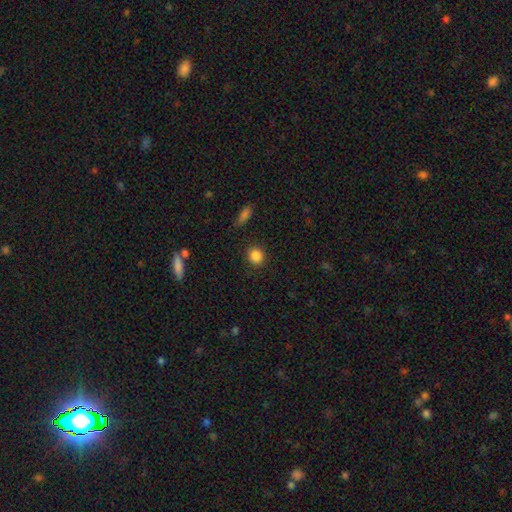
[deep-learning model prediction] smooth_or_featured: smooth (p=0.86) [alt: star or artifact p=0.10]
how_rounded: round (p=0.84) [alt: in between p=0.15]
merging: none (p=0.88) [alt: minor disturbance p=0.08]